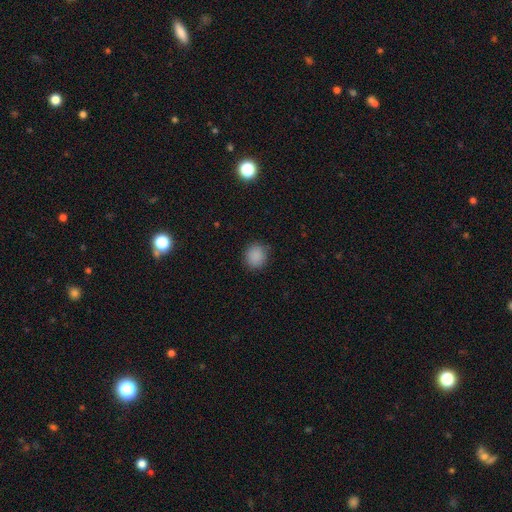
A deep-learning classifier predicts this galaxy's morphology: Smooth or featured?
  - smooth: 88% *
  - star or artifact: 9%
  - featured or disk: 3%
How rounded?
  - round: 85% *
  - in between: 14%
  - cigar-shaped: 1%
Merging?
  - none: 87% *
  - minor disturbance: 9%
  - major disturbance: 3%
  - merger: 1%